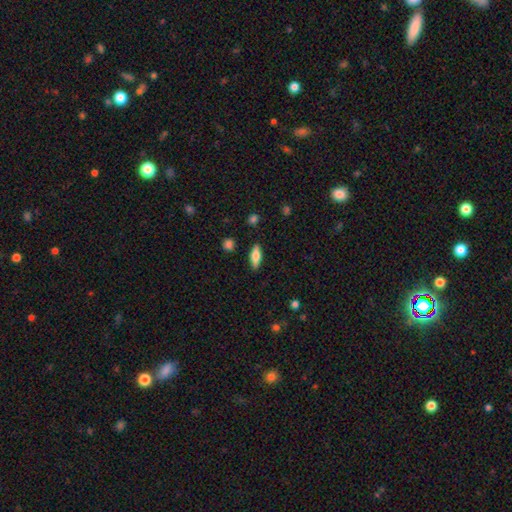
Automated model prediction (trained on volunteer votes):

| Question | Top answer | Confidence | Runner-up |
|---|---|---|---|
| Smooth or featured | smooth | 66% | featured or disk (27%) |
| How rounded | in between | 59% | cigar-shaped (38%) |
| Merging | none | 87% | minor disturbance (10%) |